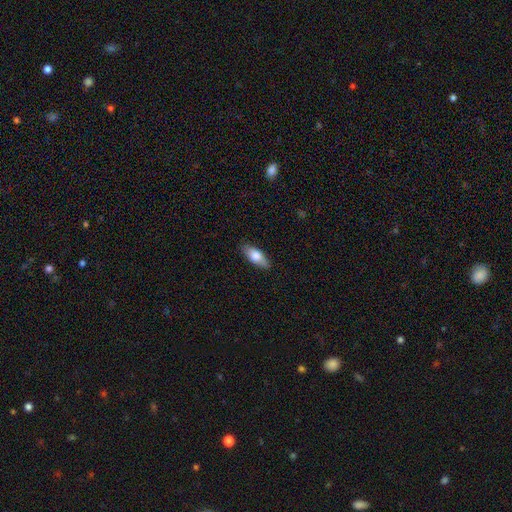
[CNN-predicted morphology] Smooth or featured: smooth — 73% (featured or disk — 21%)
How rounded: in between — 77% (cigar-shaped — 21%)
Merging: none — 87% (minor disturbance — 10%)